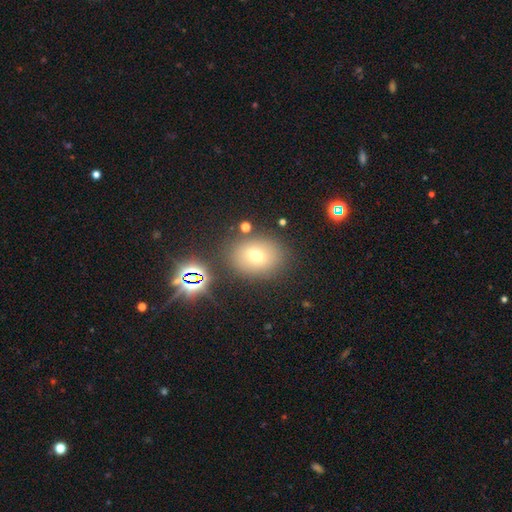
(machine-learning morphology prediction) Overall: smooth (64%). How rounded: in between (56%; round 43%). Merging: none (79%).